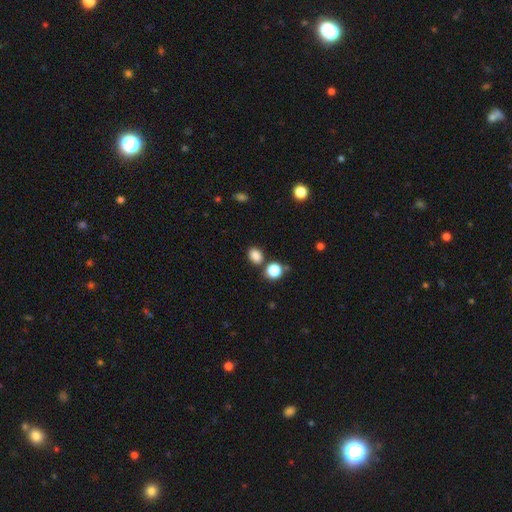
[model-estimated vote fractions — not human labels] This is clearly a smooth galaxy (84%). How rounded: possibly in between (50%). Merging: likely none (74%).